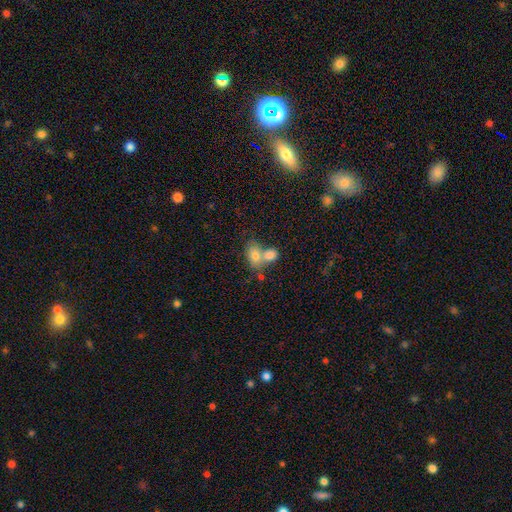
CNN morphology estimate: Q: Smooth or featured?
A: smooth (77%); runner-up: featured or disk (14%)
Q: How rounded?
A: in between (76%); runner-up: round (22%)
Q: Merging?
A: merger (58%); runner-up: none (30%)